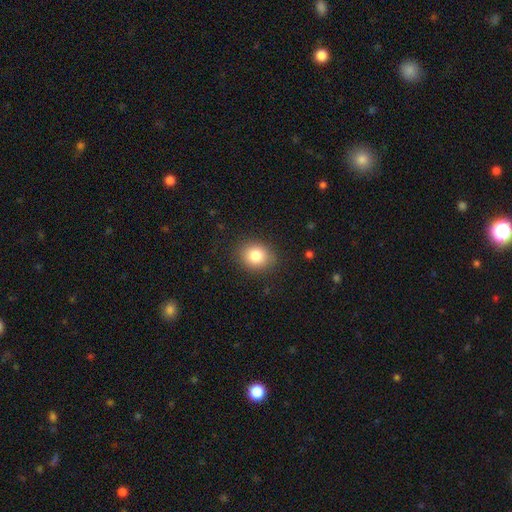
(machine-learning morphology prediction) This is clearly a smooth galaxy (84%). How rounded: possibly round (59%). Merging: clearly none (87%).